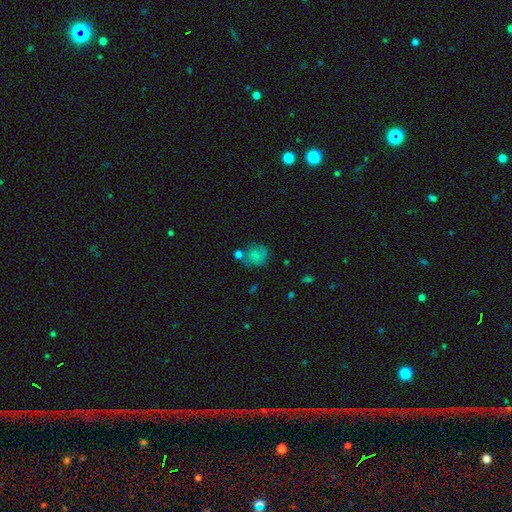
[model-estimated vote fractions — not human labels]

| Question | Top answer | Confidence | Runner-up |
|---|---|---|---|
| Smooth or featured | smooth | 71% | featured or disk (16%) |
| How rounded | round | 70% | in between (28%) |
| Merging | none | 50% | minor disturbance (22%) |